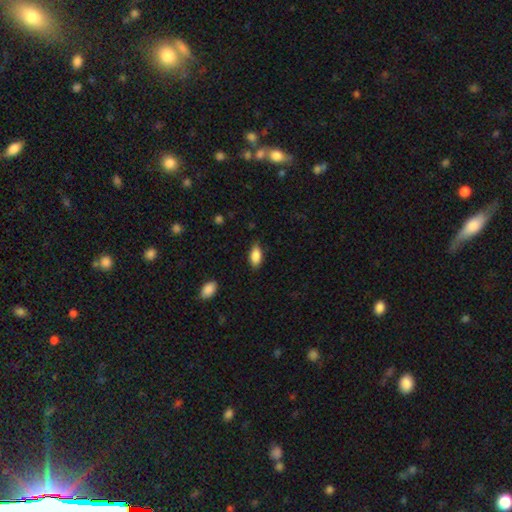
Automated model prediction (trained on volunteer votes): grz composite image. It shows a smooth galaxy with no disk features (87%) that is in between round and cigar-shaped (90%). Merging: none (81%).